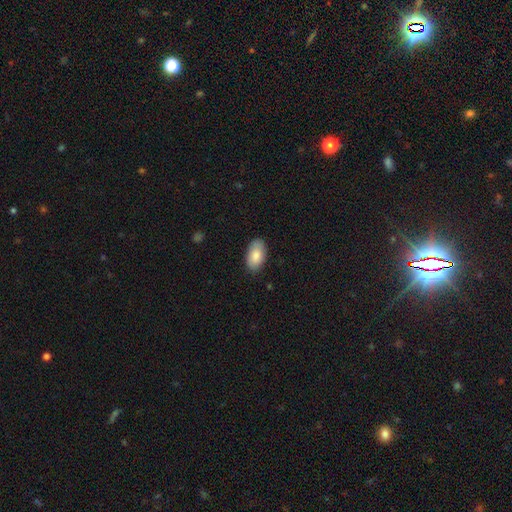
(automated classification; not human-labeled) smooth 85%, featured or disk 9%, star or artifact 6%. Down the decision tree: how rounded — in between (95%); merging — none (84%).